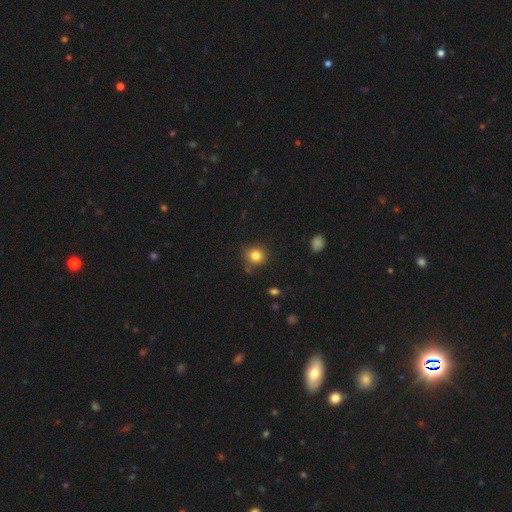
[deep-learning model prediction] smooth 81%, star or artifact 12%, featured or disk 7%. Down the decision tree: how rounded — round (87%); merging — none (80%).